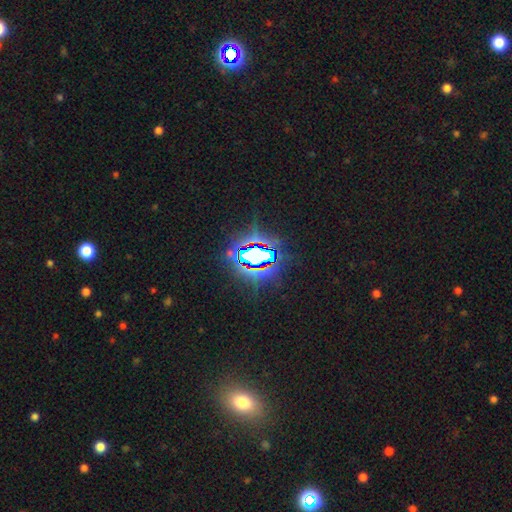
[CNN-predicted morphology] This appears to be a star or artifact, not a galaxy (80%).